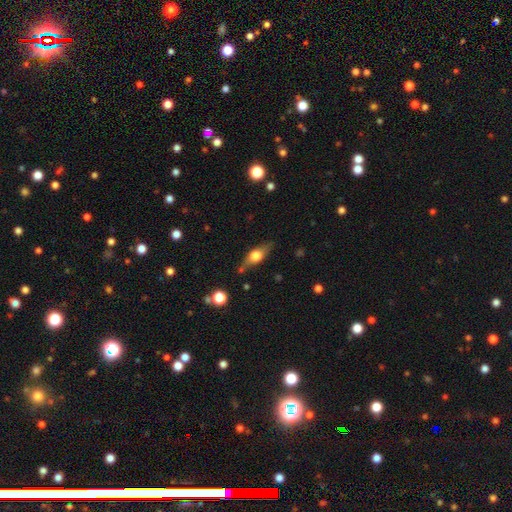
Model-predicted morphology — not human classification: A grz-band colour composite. It shows a smooth galaxy with no disk features (50%). Merging: none (72%).